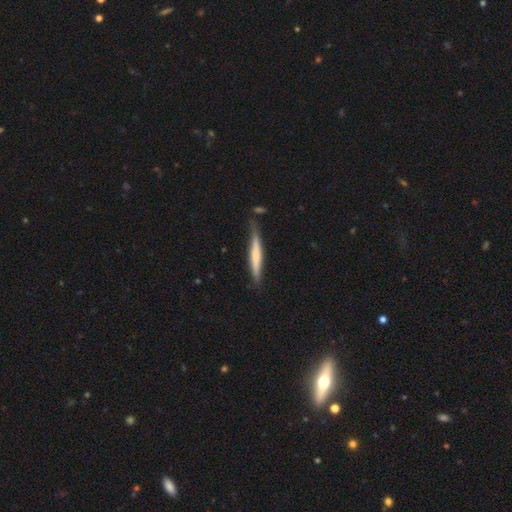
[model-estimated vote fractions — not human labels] This is possibly a smooth galaxy (57%). How rounded: clearly cigar-shaped (95%). Merging: likely none (72%).